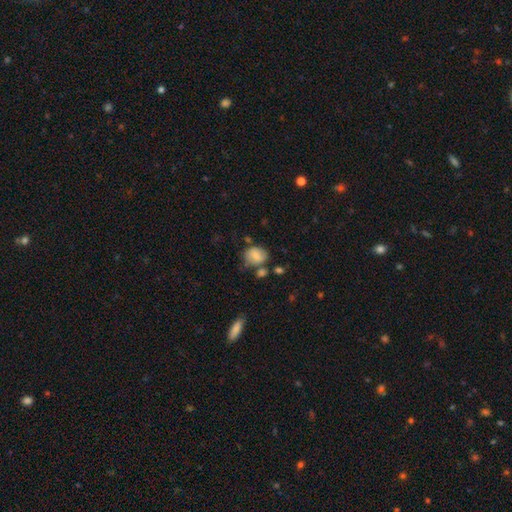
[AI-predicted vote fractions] Smooth or featured? Predicted: smooth (p=0.77). How rounded? Predicted: round (p=0.52). Merging? Predicted: none (p=0.51).